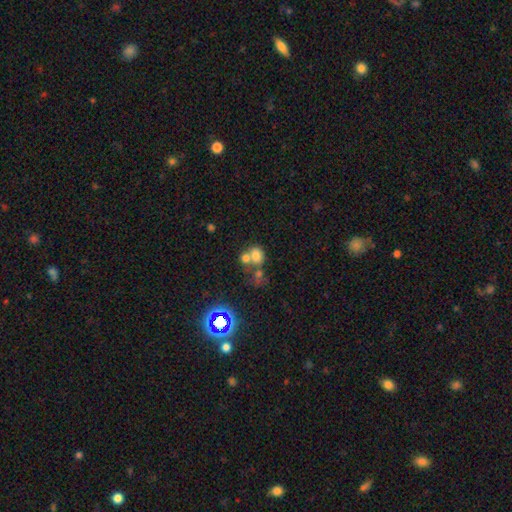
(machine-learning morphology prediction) This is likely a smooth galaxy (68%). How rounded: possibly round (60%). Merging: possibly merger (52%).